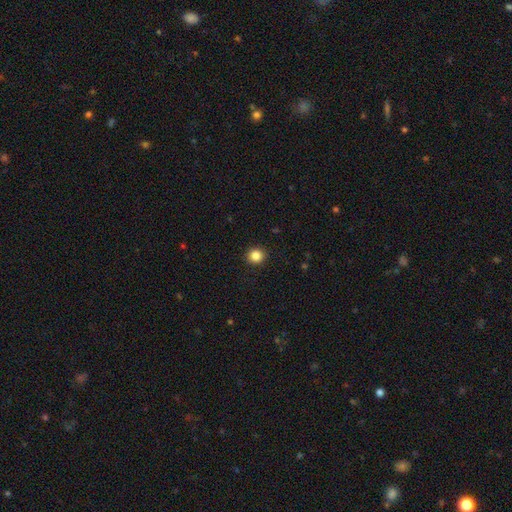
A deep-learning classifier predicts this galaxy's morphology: Q: Smooth or featured?
A: smooth (86%); runner-up: star or artifact (10%)
Q: How rounded?
A: round (90%); runner-up: in between (9%)
Q: Merging?
A: none (92%); runner-up: minor disturbance (5%)